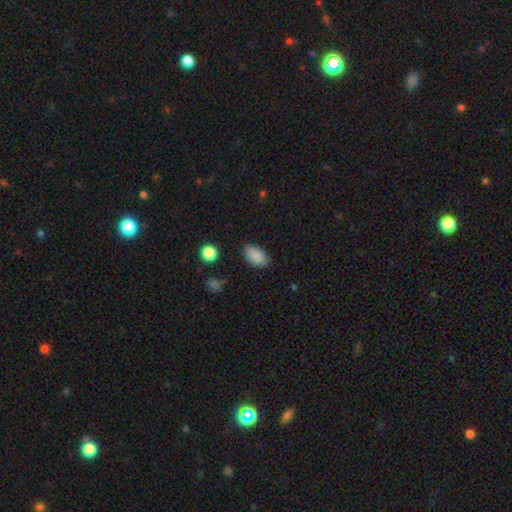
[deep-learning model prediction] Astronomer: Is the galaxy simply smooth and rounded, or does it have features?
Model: smooth — 88%.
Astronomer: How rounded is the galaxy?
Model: in between — 92%.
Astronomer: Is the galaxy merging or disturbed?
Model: none — 84%.